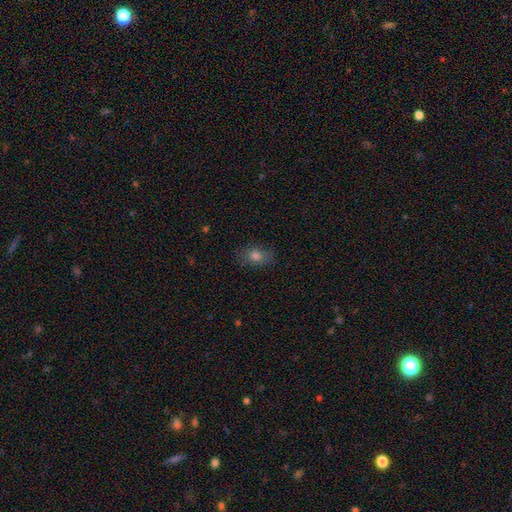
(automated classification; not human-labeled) Morphology: type=smooth (75%); roundness=in between (69%); merging=none (83%).